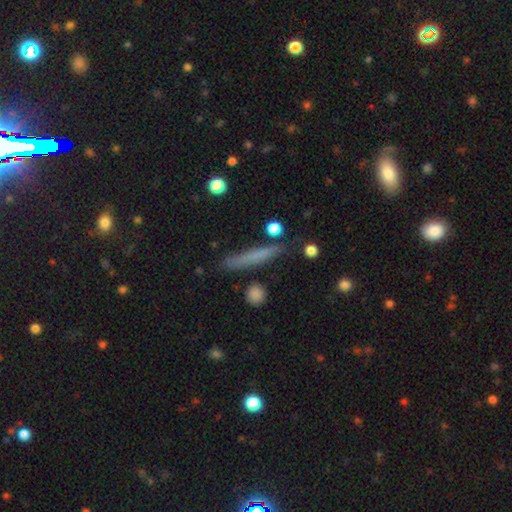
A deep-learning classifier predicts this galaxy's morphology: smooth 64%, featured or disk 27%, star or artifact 9%. Down the decision tree: how rounded — cigar-shaped (93%); merging — none (83%).